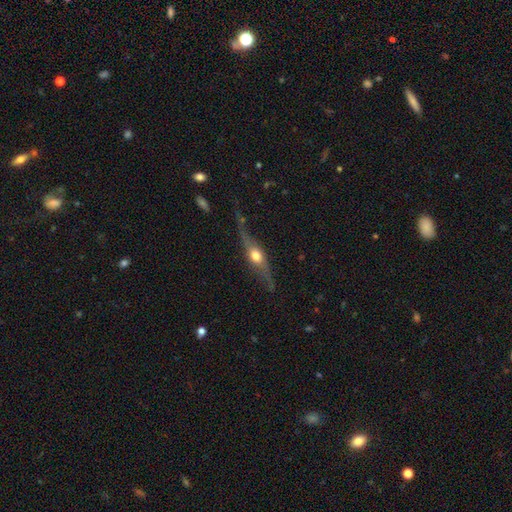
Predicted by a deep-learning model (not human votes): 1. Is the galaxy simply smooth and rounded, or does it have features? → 70% featured or disk, 23% smooth, 7% star or artifact.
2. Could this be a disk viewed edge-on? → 79% yes, 21% no.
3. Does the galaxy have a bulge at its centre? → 93% rounded, 4% boxy, 3% none.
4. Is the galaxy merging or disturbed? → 64% none, 21% minor disturbance, 12% major disturbance, 4% merger.